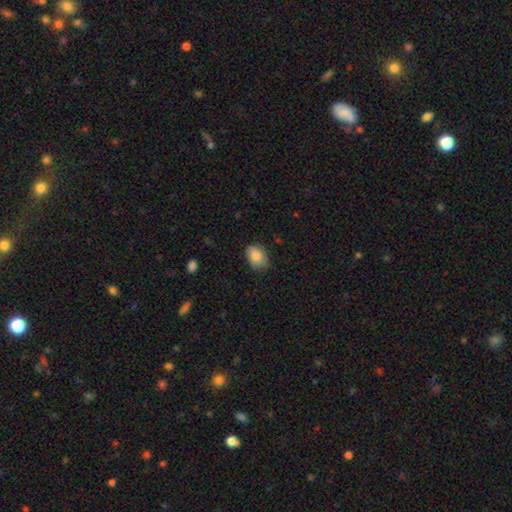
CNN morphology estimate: smooth-or-featured: smooth: 85% | featured or disk: 8% | star or artifact: 7%
  how-rounded: in between: 80% | round: 19% | cigar-shaped: 1%
  merging: none: 76% | minor disturbance: 20% | major disturbance: 3% | merger: 1%